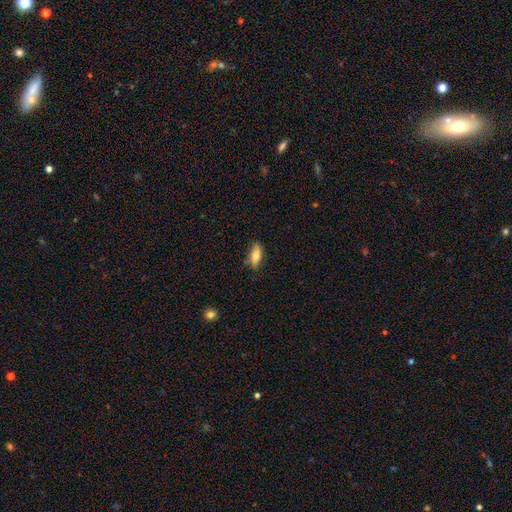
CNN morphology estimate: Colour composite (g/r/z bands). It shows a smooth galaxy with no disk features (70%) that is in between round and cigar-shaped (73%). Merging: none (79%).